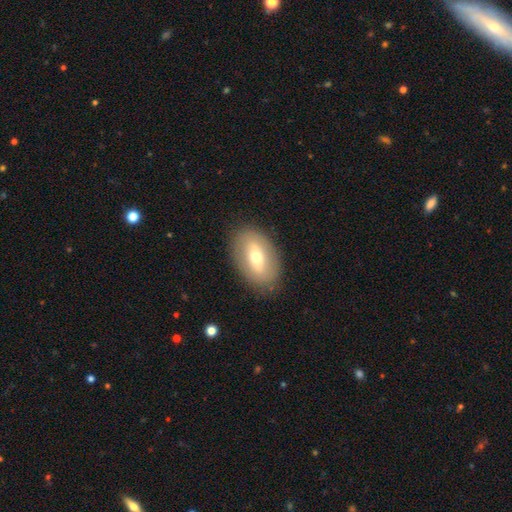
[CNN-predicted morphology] smooth_or_featured: smooth (p=0.55) [alt: featured or disk p=0.37]
how_rounded: in between (p=0.88) [alt: round p=0.10]
merging: none (p=0.85) [alt: minor disturbance p=0.11]